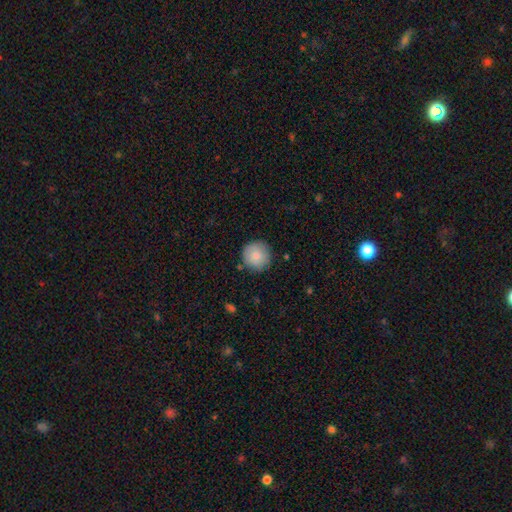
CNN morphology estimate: A smooth galaxy with no disk features (85%) that is round (95%). Merging: none (86%).